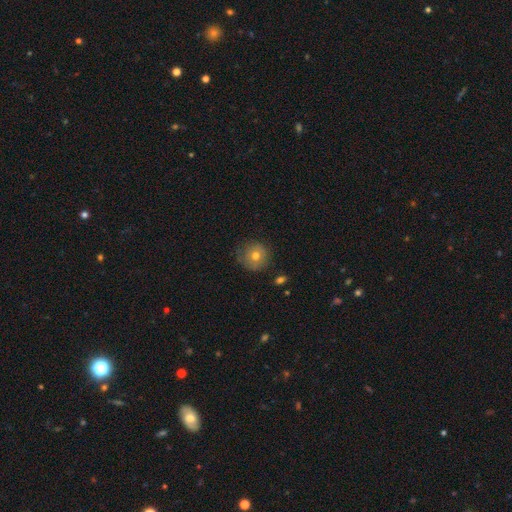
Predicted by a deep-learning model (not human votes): Morphology: type=smooth (71%); roundness=round (92%); merging=none (72%).